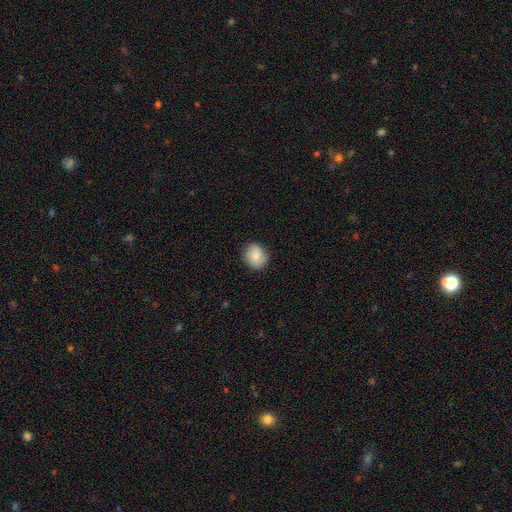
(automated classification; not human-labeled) Smooth or featured: smooth — 84% (featured or disk — 8%)
How rounded: round — 71% (in between — 28%)
Merging: none — 85% (minor disturbance — 12%)